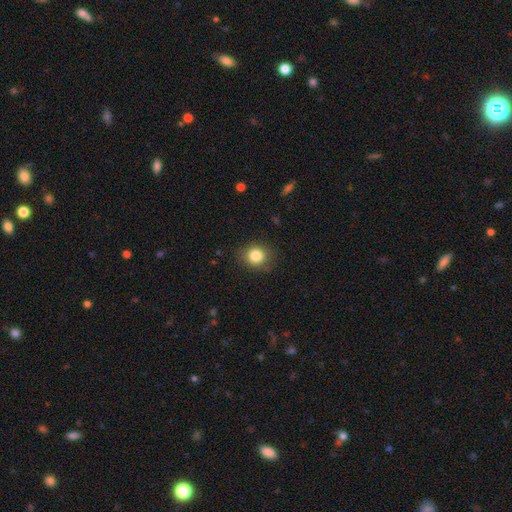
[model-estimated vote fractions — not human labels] This appears to be a smooth galaxy with no disk features (84%) that is round (78%). Merging: none (85%).